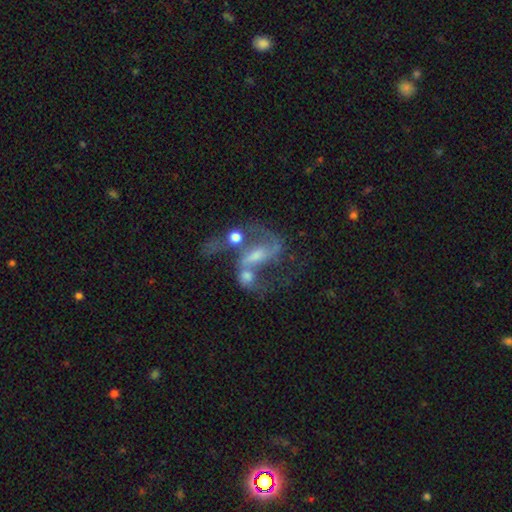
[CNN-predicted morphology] smooth_or_featured: featured or disk (p=0.76) [alt: smooth p=0.13]
disk_edge_on: no (p=0.96) [alt: yes p=0.04]
bar: weak (p=0.41) [alt: no p=0.31]
has_spiral_arms: yes (p=0.83) [alt: no p=0.17]
spiral_winding: loose (p=0.58) [alt: medium p=0.34]
spiral_arm_count: 2 (p=0.76) [alt: 1 p=0.11]
bulge_size: moderate (p=0.39) [alt: small p=0.36]
merging: merger (p=0.46) [alt: none p=0.22]